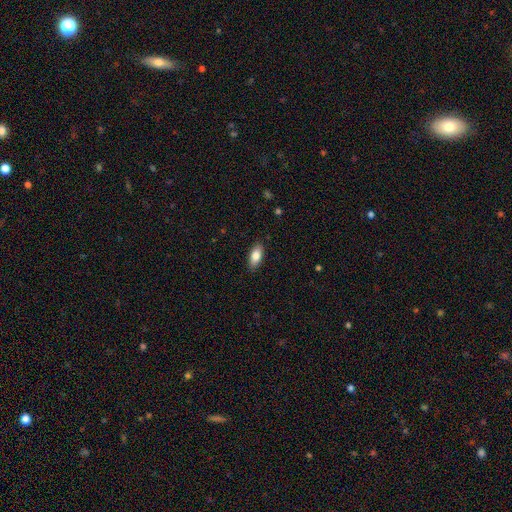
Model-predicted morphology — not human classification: type=smooth (82%); roundness=in between (88%); merging=none (88%).